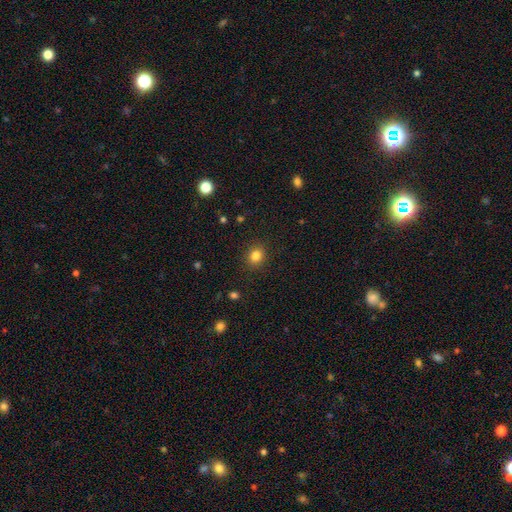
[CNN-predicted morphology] A smooth galaxy with no disk features (83%) that is round (72%).

Vote fractions:
- Smooth or featured? smooth: 83% / star or artifact: 12% / featured or disk: 5%
- How rounded? round: 72% / in between: 27% / cigar-shaped: 1%
- Merging? none: 89% / minor disturbance: 7% / major disturbance: 2% / merger: 1%